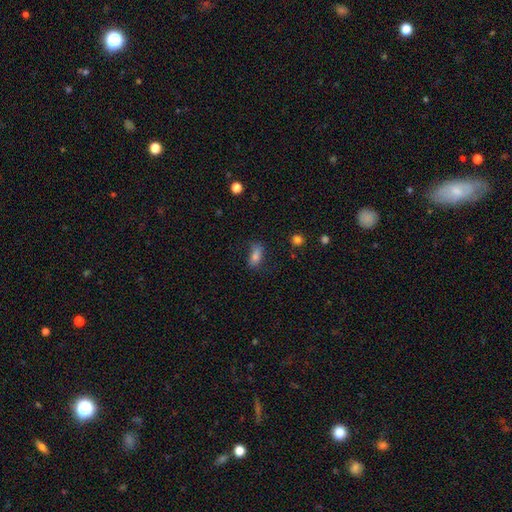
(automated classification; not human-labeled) This is likely a smooth galaxy (78%). How rounded: clearly in between (81%). Merging: possibly none (59%).